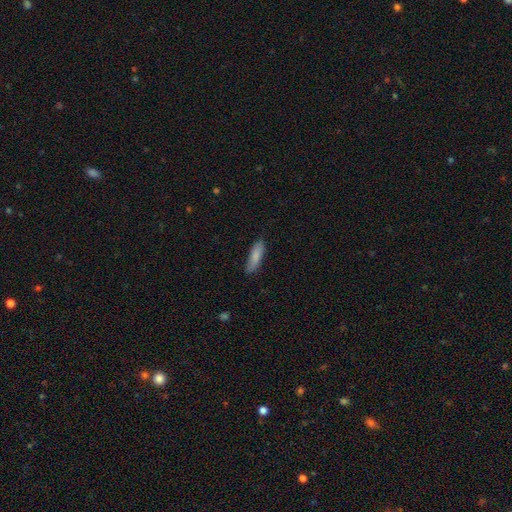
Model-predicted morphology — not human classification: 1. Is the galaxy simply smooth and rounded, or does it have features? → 84% smooth, 10% featured or disk, 6% star or artifact.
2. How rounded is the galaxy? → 55% cigar-shaped, 43% in between, 2% round.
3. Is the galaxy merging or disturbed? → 82% none, 14% minor disturbance, 2% major disturbance, 1% merger.